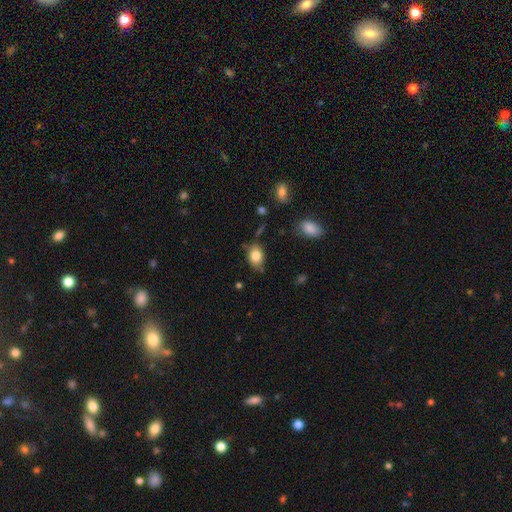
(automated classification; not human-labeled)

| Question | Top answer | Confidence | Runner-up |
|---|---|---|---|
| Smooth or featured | smooth | 81% | featured or disk (11%) |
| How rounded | in between | 81% | round (18%) |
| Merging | none | 71% | minor disturbance (22%) |